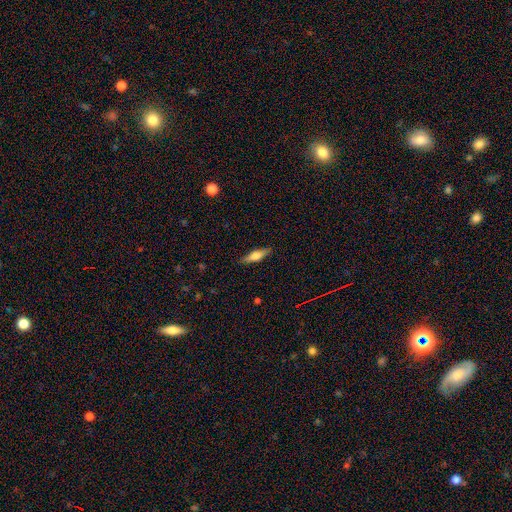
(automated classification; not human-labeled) A smooth galaxy with no disk features (51%) that is cigar-shaped (67%). Merging: none (88%).